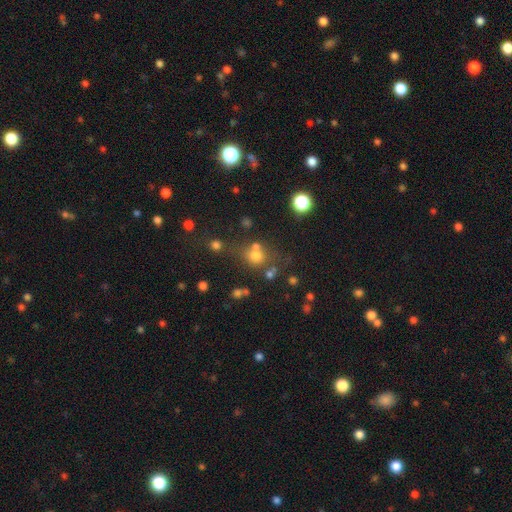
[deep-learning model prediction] This appears to be a smooth galaxy with no disk features (68%) that is round (82%). Merging: none (57%).